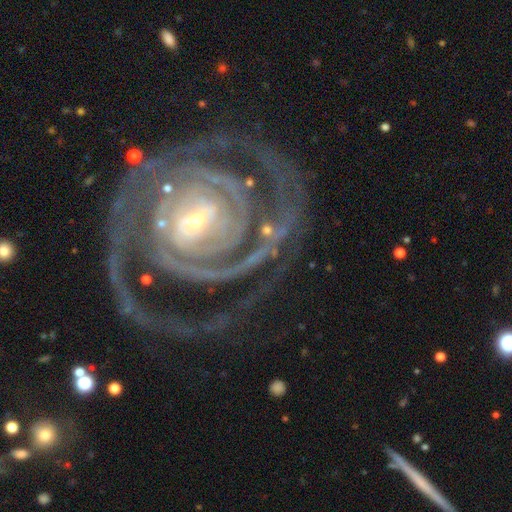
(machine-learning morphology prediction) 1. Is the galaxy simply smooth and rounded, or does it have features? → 92% featured or disk, 5% star or artifact, 4% smooth.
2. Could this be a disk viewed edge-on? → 97% no, 3% yes.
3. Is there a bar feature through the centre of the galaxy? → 36% weak, 35% strong, 29% no.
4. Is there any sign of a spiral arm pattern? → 97% yes, 3% no.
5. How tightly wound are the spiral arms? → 75% tight, 21% medium, 4% loose.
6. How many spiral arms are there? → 46% 2, 17% can't tell, 16% 3, 9% 4, 7% 1, 7% more than 4.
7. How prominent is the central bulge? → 71% small, 23% moderate, 3% large, 1% none, 1% dominant.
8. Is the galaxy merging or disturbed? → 70% none, 15% minor disturbance, 13% major disturbance, 2% merger.